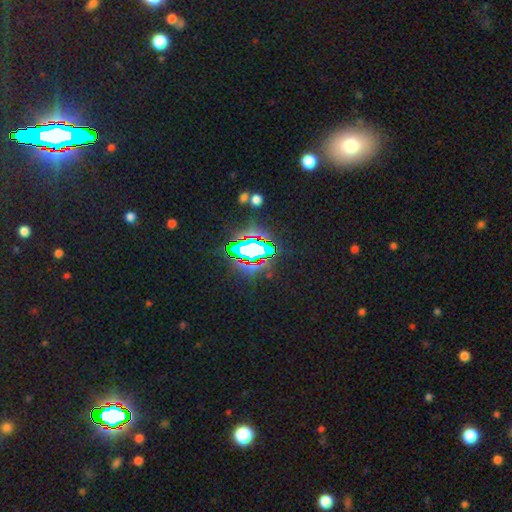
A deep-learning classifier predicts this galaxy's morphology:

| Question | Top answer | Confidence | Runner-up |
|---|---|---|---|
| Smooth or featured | star or artifact | 70% | smooth (17%) |